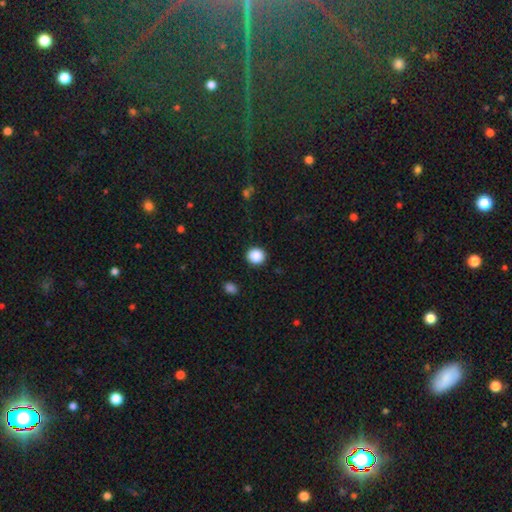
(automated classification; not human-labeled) Smooth or featured? smooth (88%)
How rounded? round (87%)
Merging? none (92%)